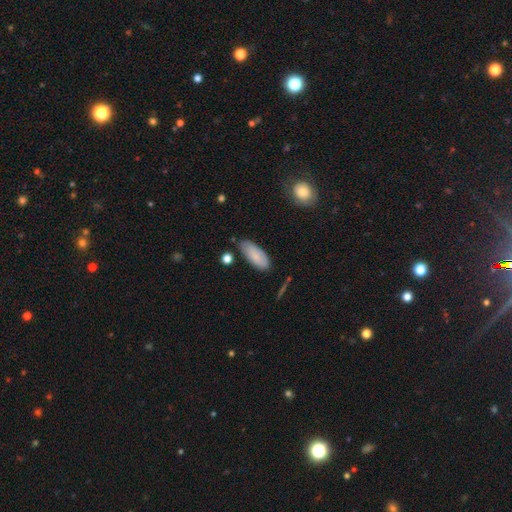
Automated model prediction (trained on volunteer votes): smooth_or_featured: smooth (p=0.78) [alt: featured or disk p=0.15]
how_rounded: in between (p=0.84) [alt: cigar-shaped p=0.14]
merging: none (p=0.72) [alt: minor disturbance p=0.21]